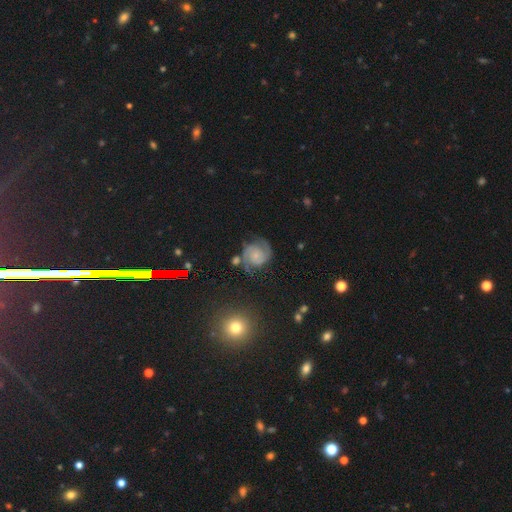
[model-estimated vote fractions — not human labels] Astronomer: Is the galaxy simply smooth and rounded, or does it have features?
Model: featured or disk — 76%.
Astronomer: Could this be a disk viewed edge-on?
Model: no — 98%.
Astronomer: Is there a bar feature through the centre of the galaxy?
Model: no — 67%.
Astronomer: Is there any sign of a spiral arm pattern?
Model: yes — 95%.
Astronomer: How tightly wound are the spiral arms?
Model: medium — 46% (runner-up: tight, 41%).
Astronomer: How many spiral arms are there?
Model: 2 — 80%.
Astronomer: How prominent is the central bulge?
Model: small — 67%.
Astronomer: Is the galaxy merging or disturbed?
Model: none — 65%.